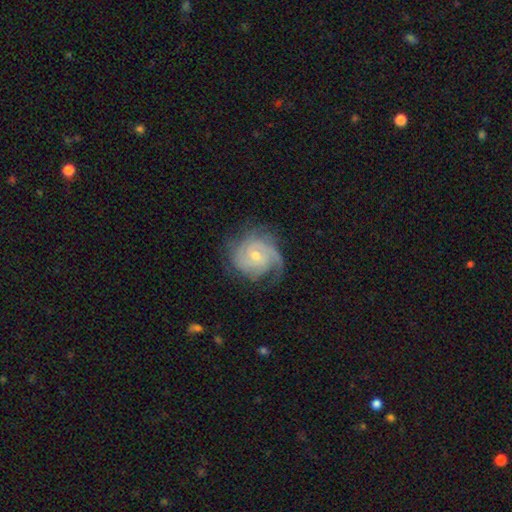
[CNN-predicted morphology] smooth-or-featured: featured or disk: 84% | smooth: 10% | star or artifact: 6%
  disk-edge-on: no: 98% | yes: 2%
    bar: no: 64% | weak: 30% | strong: 6%
    has-spiral-arms: yes: 96% | no: 4%
      spiral-winding: tight: 58% | medium: 32% | loose: 11%
      spiral-arm-count: 2: 30% | 3: 25% | can't tell: 23% | 1: 11% | 4: 7% | more than 4: 5%
    bulge-size: small: 50% | moderate: 46% | large: 1% | none: 1% | dominant: 1%
  merging: none: 67% | minor disturbance: 20% | major disturbance: 11% | merger: 1%